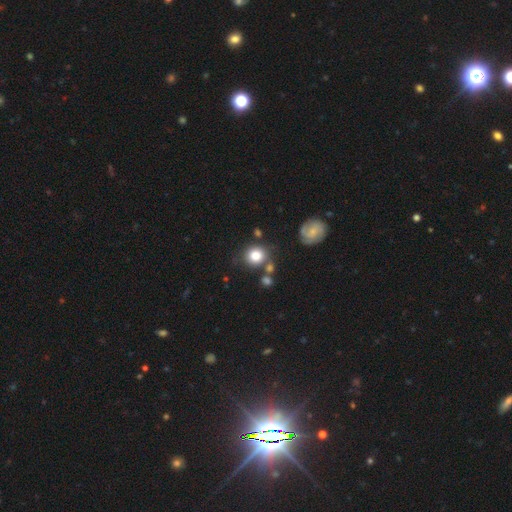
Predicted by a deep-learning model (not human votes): The model was most divided on "merging": none: 69%, minor disturbance: 13%, merger: 13%, major disturbance: 5%. More confident: how rounded — round (84%); smooth or featured — smooth (80%).